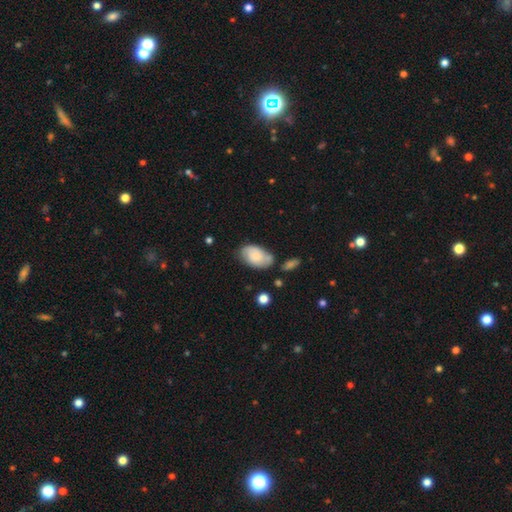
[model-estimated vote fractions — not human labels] Smooth or featured? Predicted: smooth (p=0.60). How rounded? Predicted: in between (p=0.91). Merging? Predicted: none (p=0.57).